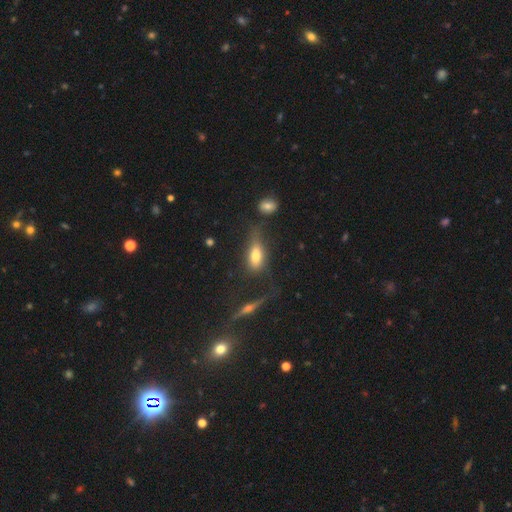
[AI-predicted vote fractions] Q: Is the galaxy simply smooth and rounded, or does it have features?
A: smooth — 65%.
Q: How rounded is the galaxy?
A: in between — 77%.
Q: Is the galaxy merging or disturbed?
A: none — 43%.